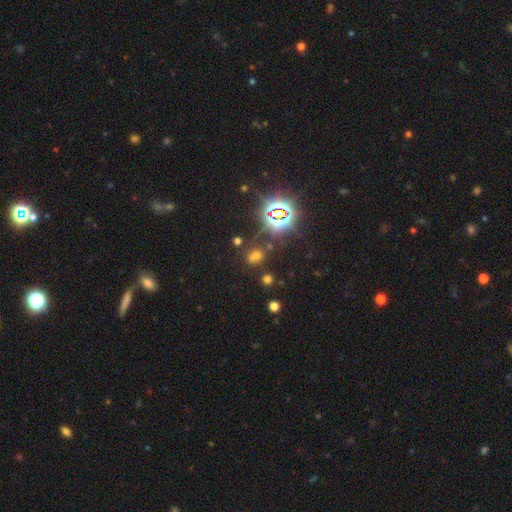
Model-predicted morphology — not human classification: This is possibly a star or artifact rather than a galaxy (50%).